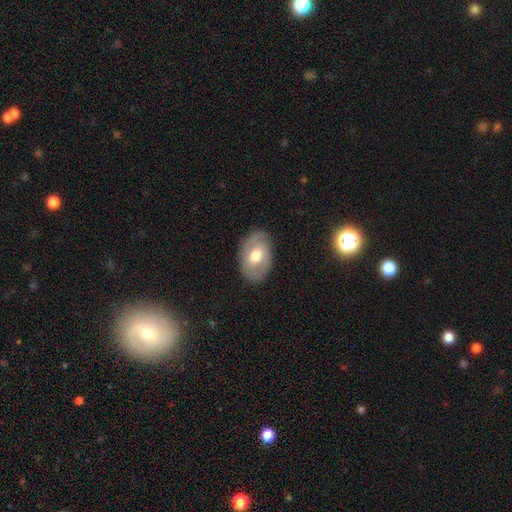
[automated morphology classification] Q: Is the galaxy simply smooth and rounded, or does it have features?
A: smooth — 53%.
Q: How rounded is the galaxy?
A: in between — 86%.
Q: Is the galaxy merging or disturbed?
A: none — 85%.